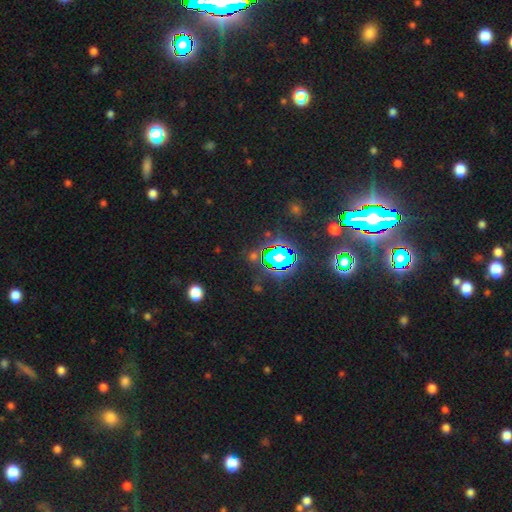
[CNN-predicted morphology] Smooth or featured: star or artifact — 75% (smooth — 16%)